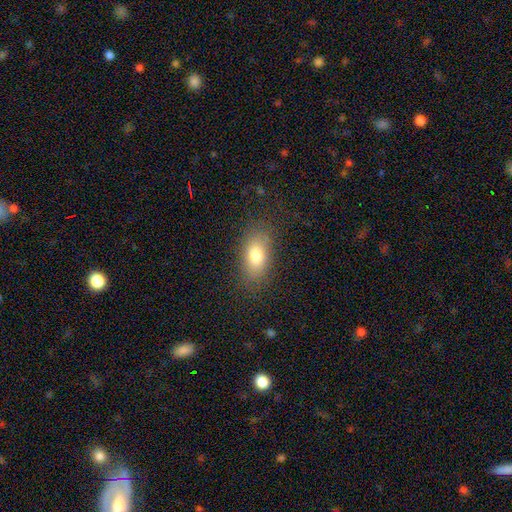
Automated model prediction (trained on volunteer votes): This is likely a smooth galaxy (78%). How rounded: clearly in between (86%). Merging: clearly none (81%).